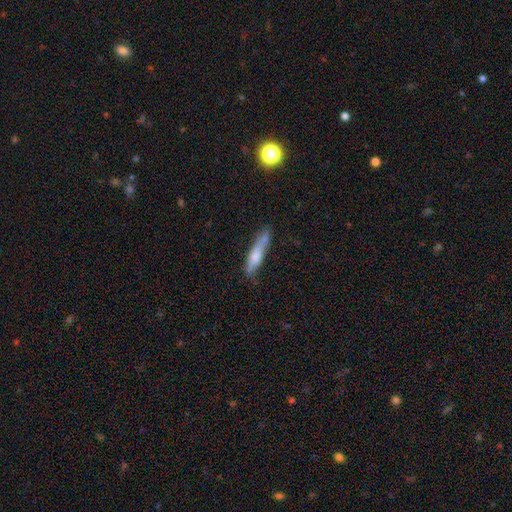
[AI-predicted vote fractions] Smooth or featured? Predicted: smooth (p=0.60). How rounded? Predicted: cigar-shaped (p=0.86). Merging? Predicted: none (p=0.65).